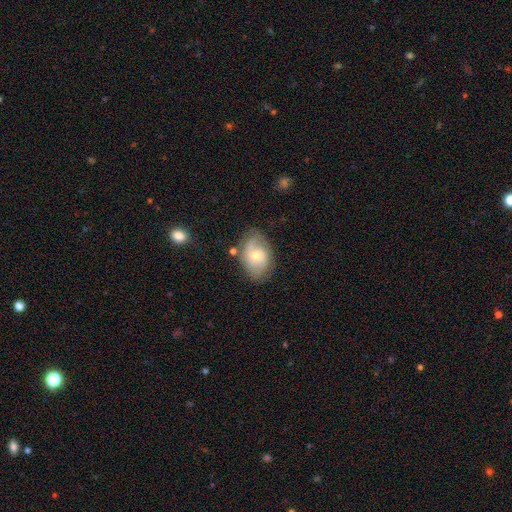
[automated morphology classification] Smooth or featured? Predicted: featured or disk (p=0.53). Edge-on disk? Predicted: no (p=0.95). Bar? Predicted: no (p=0.69). Spiral arms? Predicted: yes (p=0.75). Bulge size? Predicted: moderate (p=0.54). Merging? Predicted: none (p=0.66).